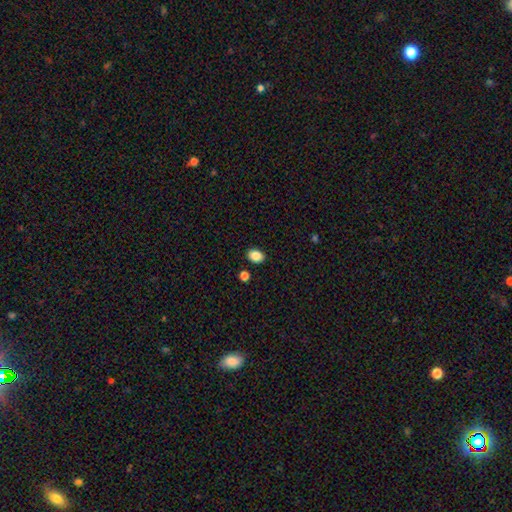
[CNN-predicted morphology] This appears to be a smooth galaxy with no disk features (87%) that is in between round and cigar-shaped (66%). Merging: none (87%).